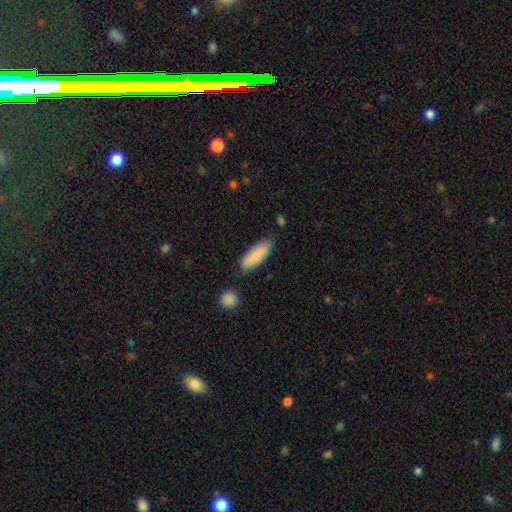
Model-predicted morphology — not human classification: smooth_or_featured: smooth (p=0.83) [alt: featured or disk p=0.11]
how_rounded: in between (p=0.61) [alt: cigar-shaped p=0.37]
merging: none (p=0.78) [alt: minor disturbance p=0.15]